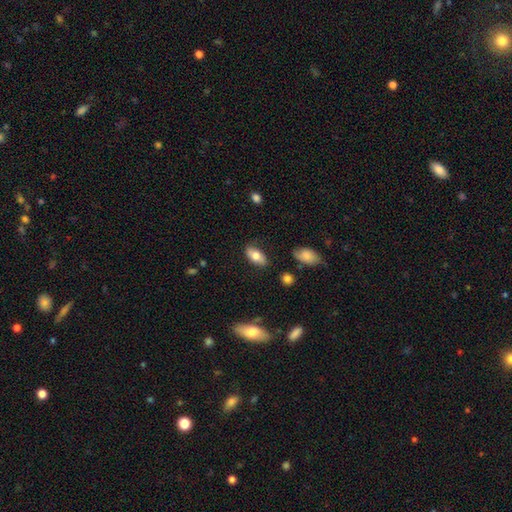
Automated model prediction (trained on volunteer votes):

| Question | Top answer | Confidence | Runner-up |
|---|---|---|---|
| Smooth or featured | smooth | 74% | featured or disk (19%) |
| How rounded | in between | 90% | cigar-shaped (6%) |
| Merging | none | 79% | minor disturbance (16%) |